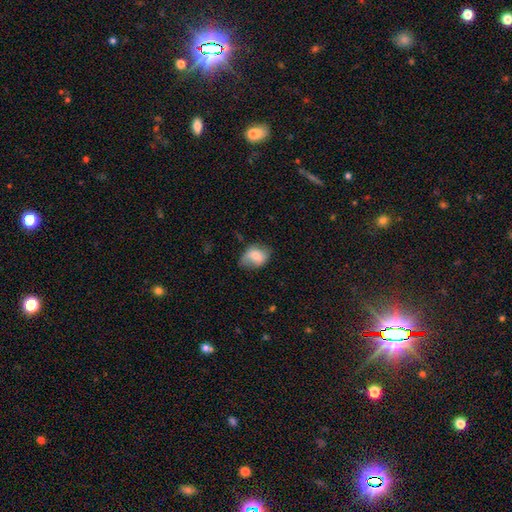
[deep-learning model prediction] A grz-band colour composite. It shows a smooth galaxy with no disk features (71%) that is in between round and cigar-shaped (67%). Merging: none (51%).